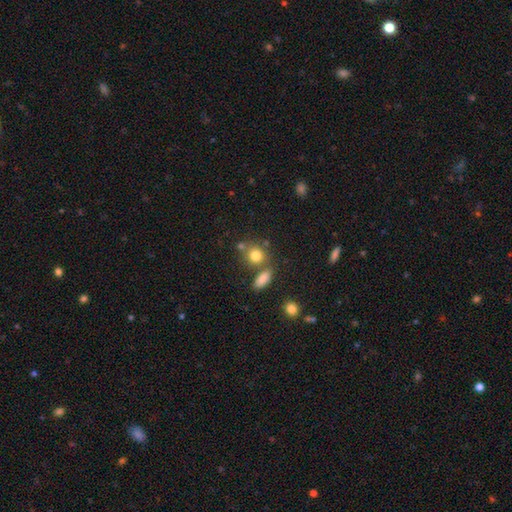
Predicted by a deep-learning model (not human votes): A smooth galaxy with no disk features (80%) that is round (73%).

Vote fractions:
- Smooth or featured? smooth: 80% / star or artifact: 11% / featured or disk: 9%
- How rounded? round: 73% / in between: 25% / cigar-shaped: 2%
- Merging? none: 60% / merger: 24% / minor disturbance: 12% / major disturbance: 5%